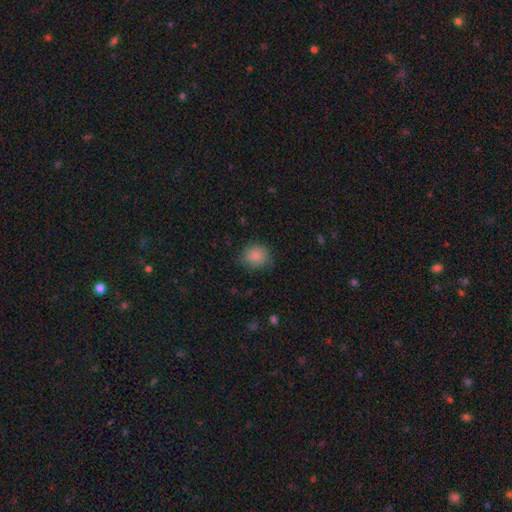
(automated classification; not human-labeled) Morphology: type=smooth (85%); roundness=round (81%); merging=none (72%).